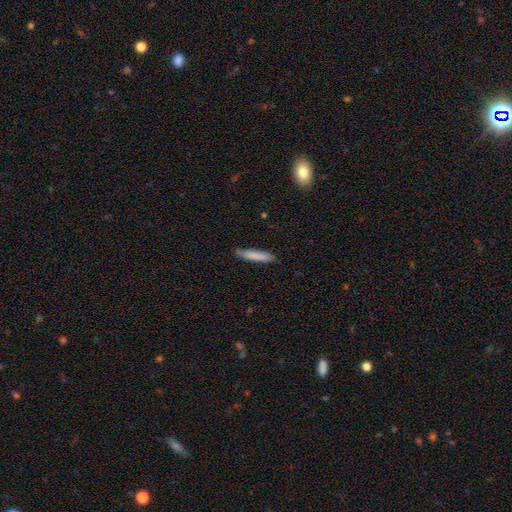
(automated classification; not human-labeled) This appears to be a smooth galaxy with no disk features (81%) that is cigar-shaped (90%). Merging: none (82%).